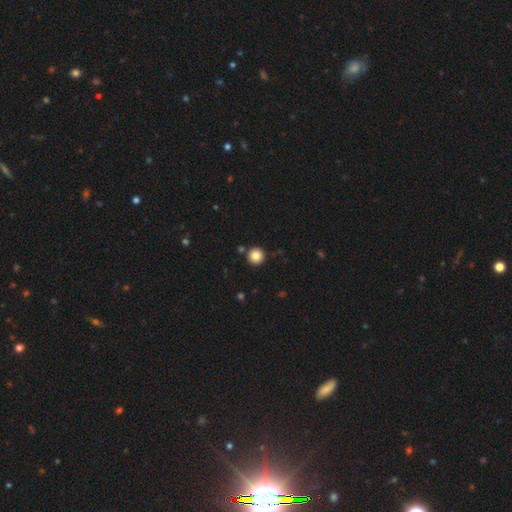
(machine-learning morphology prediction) A smooth galaxy with no disk features (85%) that is round (96%). Merging: none (88%).